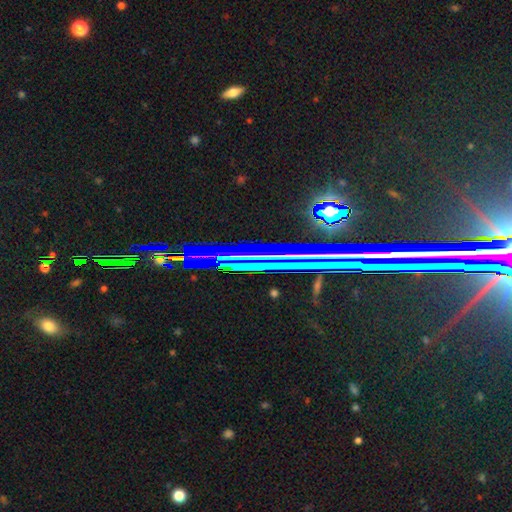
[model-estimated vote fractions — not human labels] This is likely a star or artifact rather than a galaxy (68%).